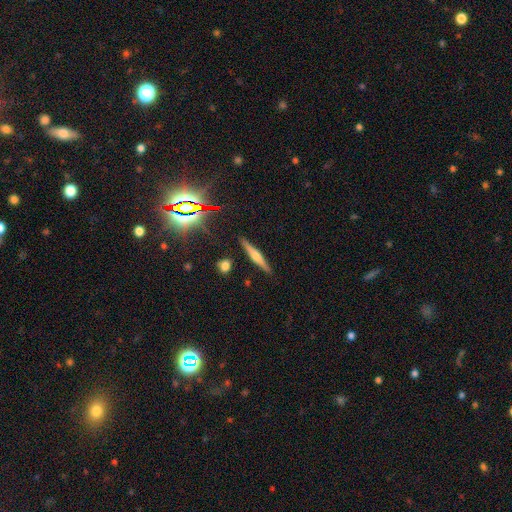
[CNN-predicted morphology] Smooth or featured?
  - featured or disk: 55% *
  - smooth: 33%
  - star or artifact: 12%
Edge-on disk?
  - yes: 96% *
  - no: 4%
Edge-on bulge?
  - rounded: 74% *
  - boxy: 14%
  - none: 12%
Merging?
  - none: 89% *
  - minor disturbance: 7%
  - merger: 2%
  - major disturbance: 2%